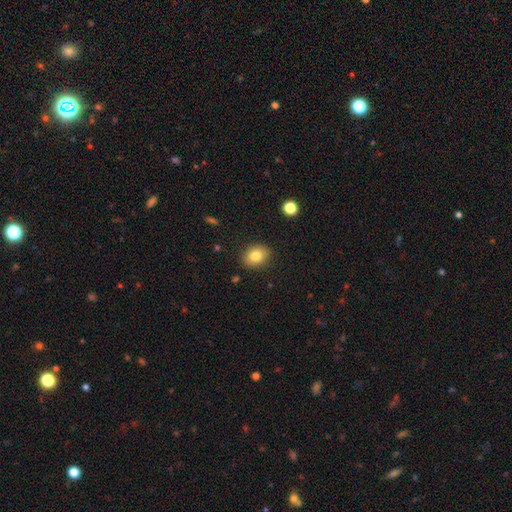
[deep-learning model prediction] Smooth or featured?
  - smooth: 81% *
  - featured or disk: 10%
  - star or artifact: 9%
How rounded?
  - in between: 61% *
  - round: 38%
  - cigar-shaped: 1%
Merging?
  - none: 87% *
  - minor disturbance: 9%
  - major disturbance: 2%
  - merger: 1%